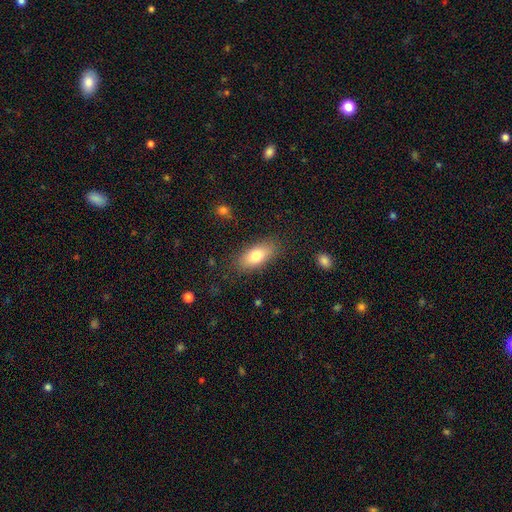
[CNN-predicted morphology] Q: Smooth or featured?
A: smooth (78%); runner-up: featured or disk (15%)
Q: How rounded?
A: in between (86%); runner-up: cigar-shaped (11%)
Q: Merging?
A: none (83%); runner-up: minor disturbance (12%)